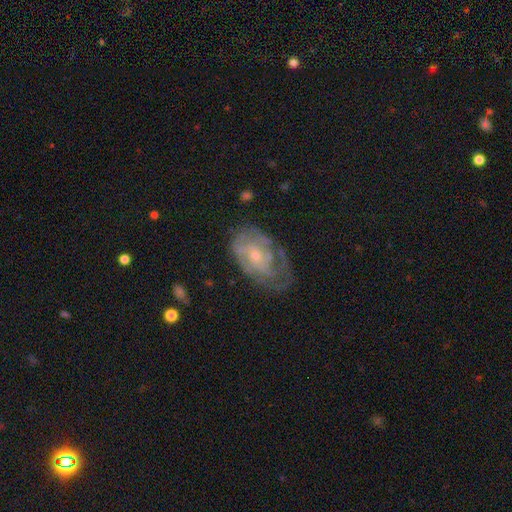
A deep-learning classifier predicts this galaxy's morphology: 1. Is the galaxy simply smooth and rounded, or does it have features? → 75% featured or disk, 19% smooth, 7% star or artifact.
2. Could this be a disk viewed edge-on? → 96% no, 4% yes.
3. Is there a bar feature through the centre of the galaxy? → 73% no, 23% weak, 3% strong.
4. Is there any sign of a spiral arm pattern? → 83% yes, 17% no.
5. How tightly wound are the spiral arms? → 57% tight, 32% medium, 11% loose.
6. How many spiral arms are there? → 48% can't tell, 26% 2, 12% 3, 7% 1, 5% 4, 3% more than 4.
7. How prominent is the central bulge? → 58% small, 36% moderate, 3% none, 2% large, 1% dominant.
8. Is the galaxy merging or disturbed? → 55% none, 27% minor disturbance, 17% major disturbance, 2% merger.